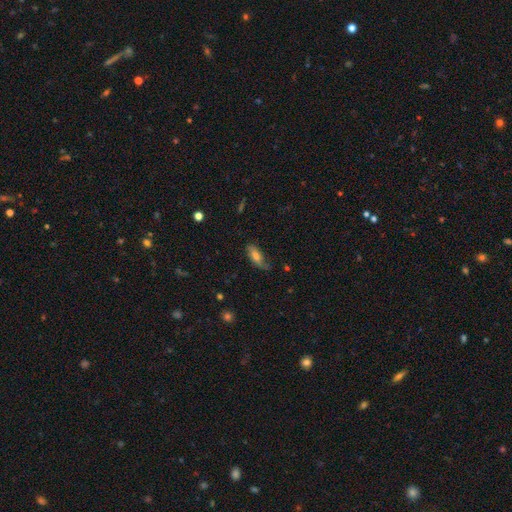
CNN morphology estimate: smooth-or-featured: smooth: 62% | featured or disk: 28% | star or artifact: 10%
  how-rounded: in between: 73% | cigar-shaped: 24% | round: 3%
  merging: none: 60% | minor disturbance: 28% | major disturbance: 9% | merger: 2%